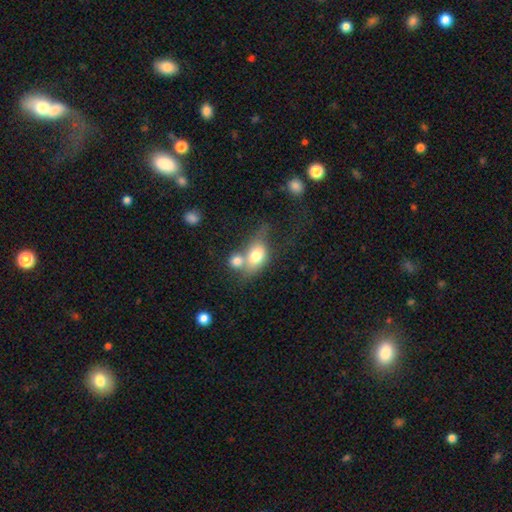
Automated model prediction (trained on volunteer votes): Smooth or featured? smooth (71%)
How rounded? in between (70%)
Merging? merger (56%)